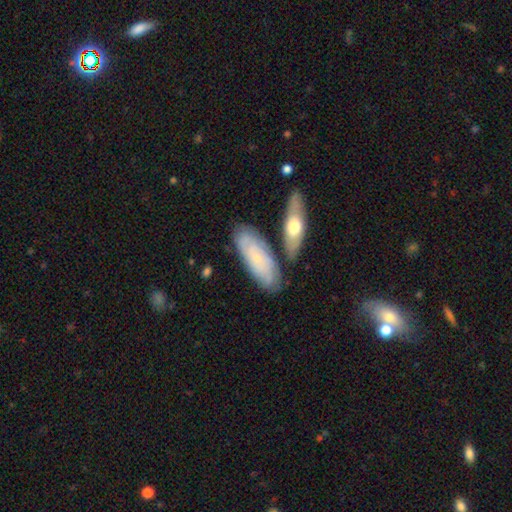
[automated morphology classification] The model was most divided on "smooth or featured": smooth: 48%, featured or disk: 45%, star or artifact: 7%. More confident: merging — none (71%).